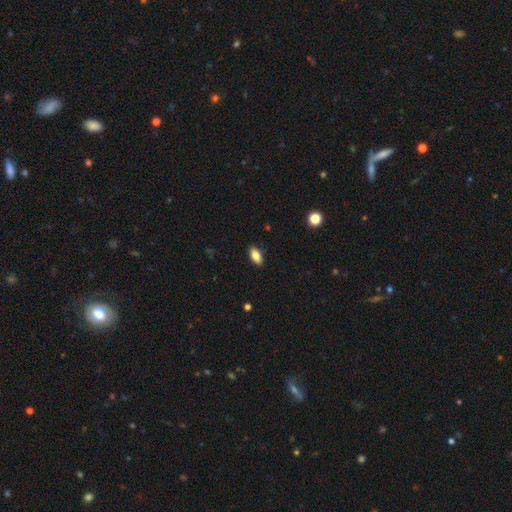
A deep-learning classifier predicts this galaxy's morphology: Smooth or featured?
  - smooth: 84% *
  - star or artifact: 8%
  - featured or disk: 8%
How rounded?
  - in between: 89% *
  - cigar-shaped: 7%
  - round: 4%
Merging?
  - none: 88% *
  - minor disturbance: 9%
  - major disturbance: 2%
  - merger: 1%